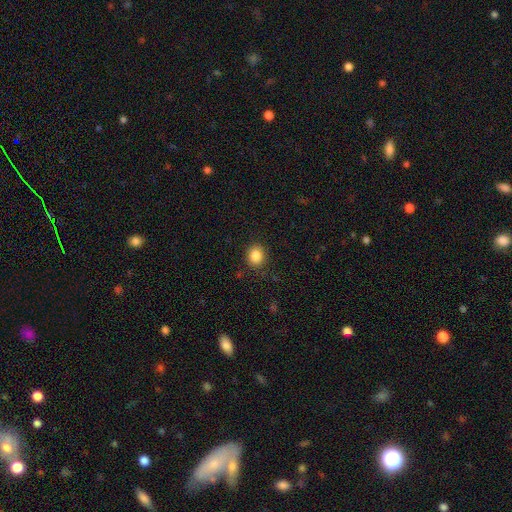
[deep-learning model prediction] The model was most divided on "how rounded": round: 71%, in between: 28%, cigar-shaped: 1%. More confident: merging — none (87%); smooth or featured — smooth (86%).